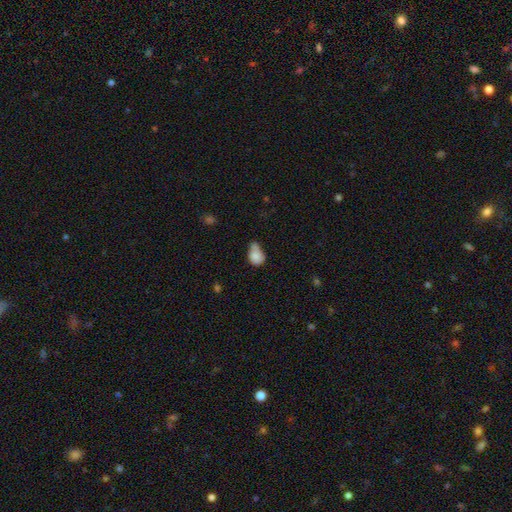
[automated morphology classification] A smooth galaxy with no disk features (80%) that is in between round and cigar-shaped (66%).

Vote fractions:
- Smooth or featured? smooth: 80% / featured or disk: 11% / star or artifact: 9%
- How rounded? in between: 66% / round: 33% / cigar-shaped: 1%
- Merging? minor disturbance: 37% / none: 28% / merger: 20% / major disturbance: 15%